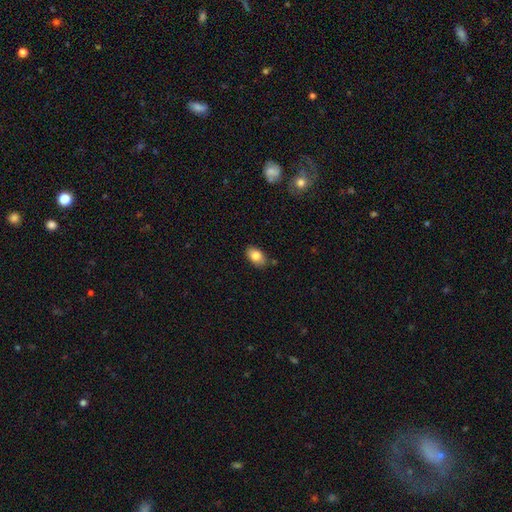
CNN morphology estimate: Q: Smooth or featured?
A: smooth (83%); runner-up: featured or disk (9%)
Q: How rounded?
A: in between (90%); runner-up: round (8%)
Q: Merging?
A: none (79%); runner-up: minor disturbance (16%)